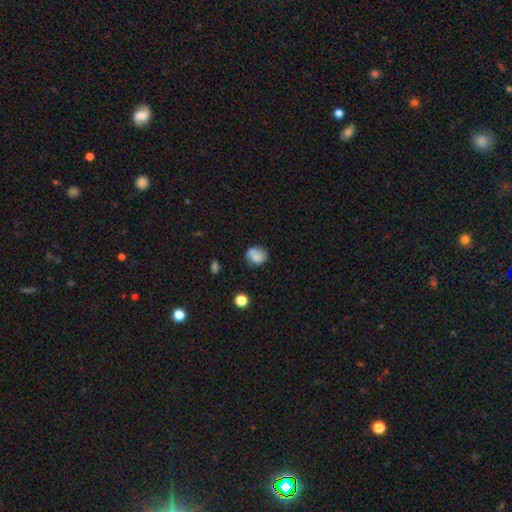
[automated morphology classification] Smooth or featured?
  - smooth: 74% *
  - featured or disk: 16%
  - star or artifact: 10%
How rounded?
  - round: 57% *
  - in between: 42%
  - cigar-shaped: 1%
Merging?
  - none: 54% *
  - minor disturbance: 22%
  - merger: 17%
  - major disturbance: 7%